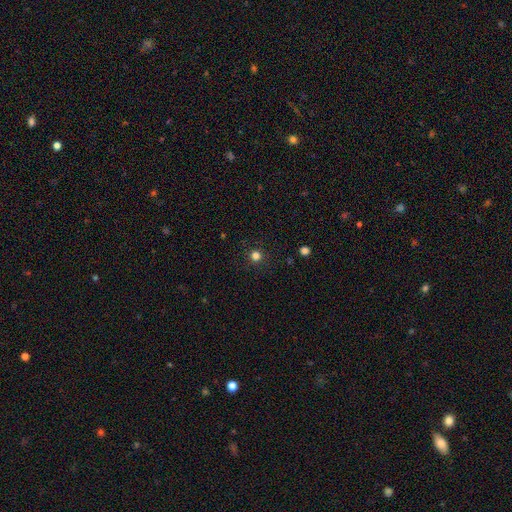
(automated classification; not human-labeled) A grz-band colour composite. It shows a smooth galaxy with no disk features (80%) that is round (95%). Merging: none (91%).